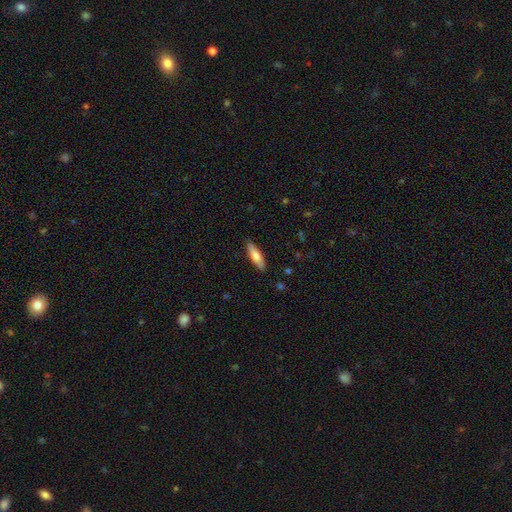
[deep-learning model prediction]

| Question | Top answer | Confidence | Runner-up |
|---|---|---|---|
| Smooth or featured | smooth | 68% | featured or disk (27%) |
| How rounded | cigar-shaped | 64% | in between (35%) |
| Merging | none | 89% | minor disturbance (8%) |